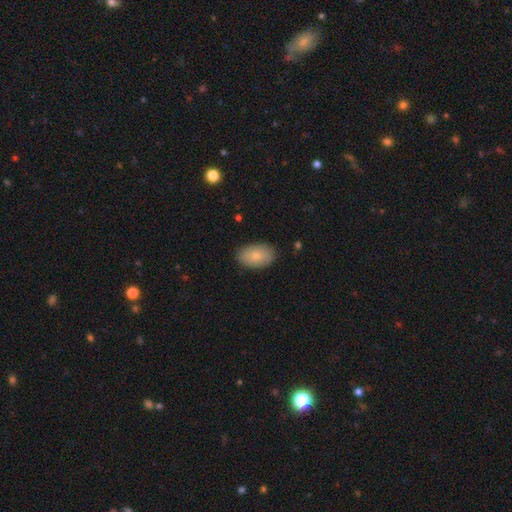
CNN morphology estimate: This is clearly a smooth galaxy (82%). How rounded: clearly in between (91%). Merging: clearly none (87%).